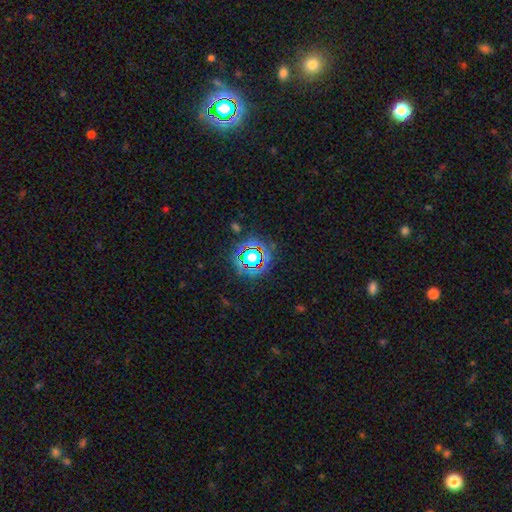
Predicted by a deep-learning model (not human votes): smooth-or-featured: star or artifact: 63% | smooth: 25% | featured or disk: 12%